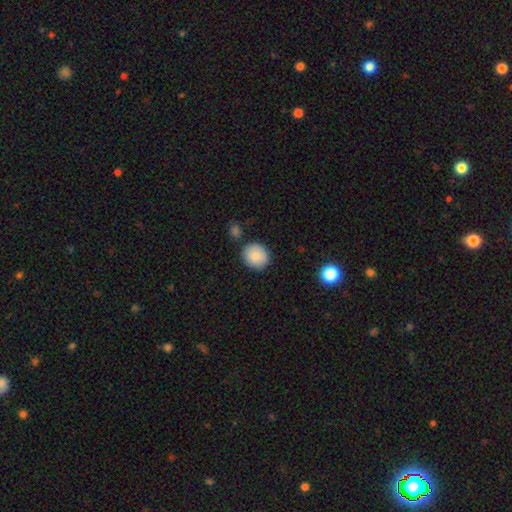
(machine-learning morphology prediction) smooth-or-featured: smooth: 87% | star or artifact: 7% | featured or disk: 6%
  how-rounded: round: 84% | in between: 15% | cigar-shaped: 1%
  merging: none: 82% | minor disturbance: 11% | merger: 5% | major disturbance: 3%